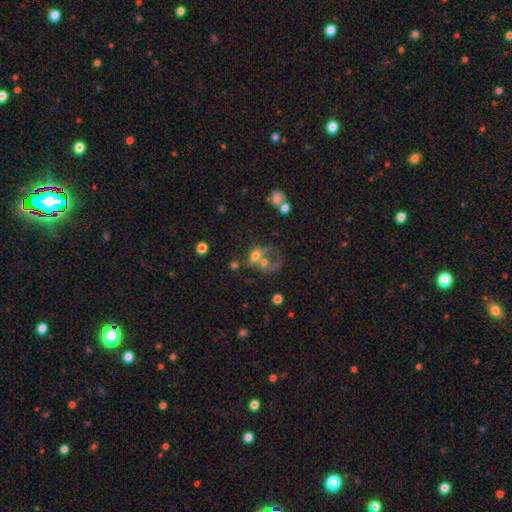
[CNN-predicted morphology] type=smooth (51%); roundness=in between (52%); merging=merger (52%).